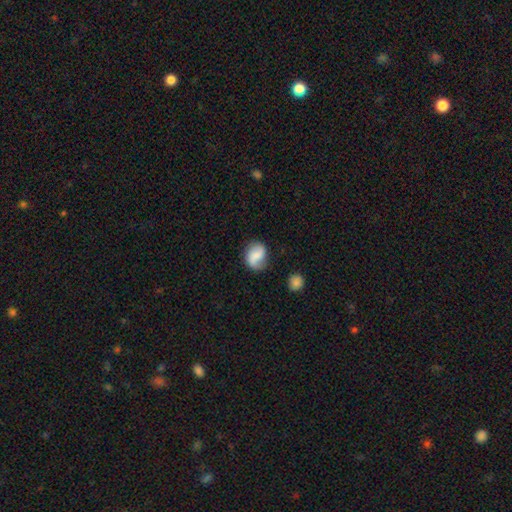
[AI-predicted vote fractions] A smooth galaxy with no disk features (49%). Merging: none (70%).